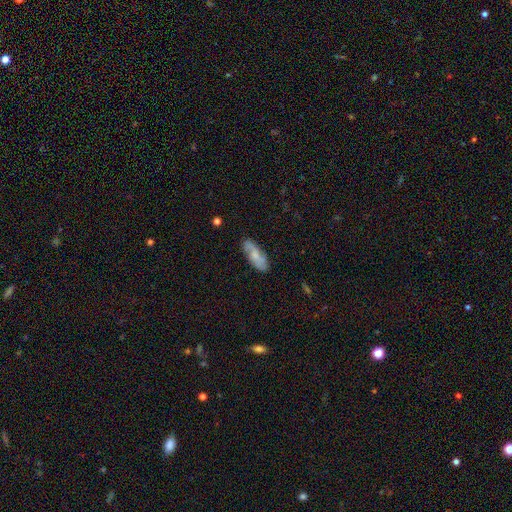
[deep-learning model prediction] A featured or disk galaxy (48%).

Vote fractions:
- Smooth or featured? featured or disk: 48% / smooth: 45% / star or artifact: 7%
- Merging? none: 79% / minor disturbance: 16% / major disturbance: 4% / merger: 2%